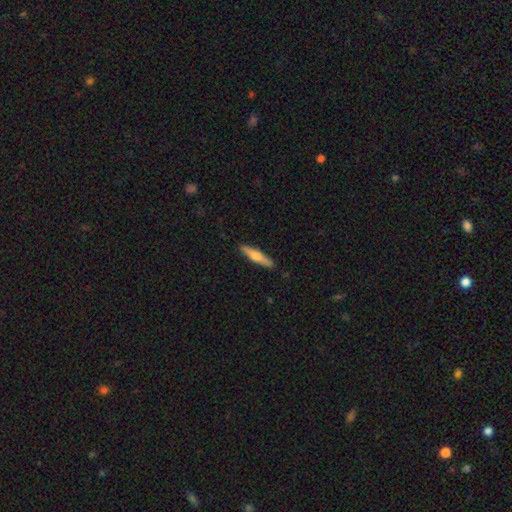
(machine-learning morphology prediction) Overall: smooth (50%; featured or disk 45%). Merging: none (90%).